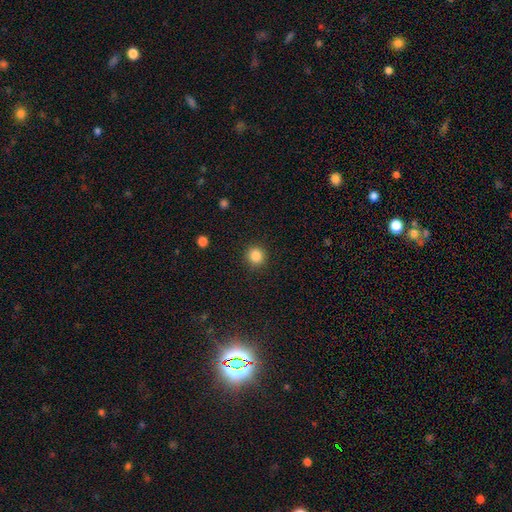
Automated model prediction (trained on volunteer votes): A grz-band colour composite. It shows a smooth galaxy with no disk features (86%) that is round (92%). Merging: none (91%).